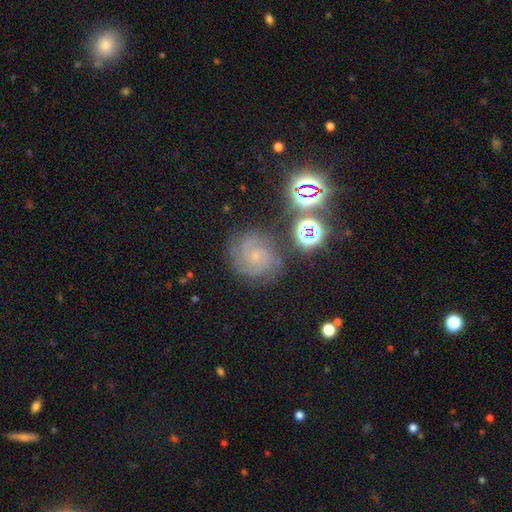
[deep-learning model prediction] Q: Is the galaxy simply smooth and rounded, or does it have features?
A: featured or disk — 75%.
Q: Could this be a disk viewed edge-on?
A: no — 98%.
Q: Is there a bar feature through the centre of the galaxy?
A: no — 67%.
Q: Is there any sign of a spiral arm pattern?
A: yes — 97%.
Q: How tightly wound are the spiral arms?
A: tight — 65%.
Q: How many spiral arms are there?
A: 3 — 34%.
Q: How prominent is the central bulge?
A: small — 76%.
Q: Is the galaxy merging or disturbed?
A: none — 76%.